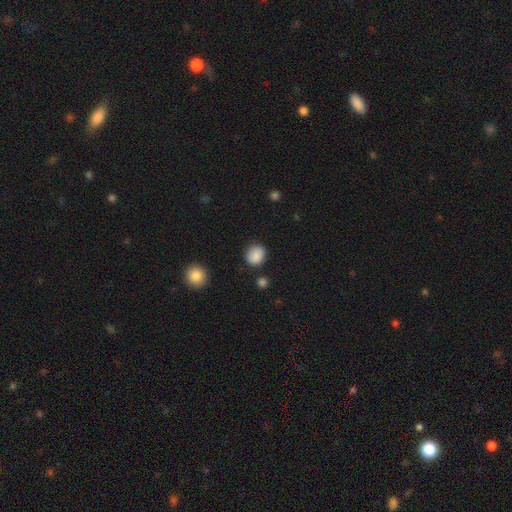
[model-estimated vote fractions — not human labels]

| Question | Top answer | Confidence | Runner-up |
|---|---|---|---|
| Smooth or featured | smooth | 87% | star or artifact (8%) |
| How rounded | round | 74% | in between (25%) |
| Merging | none | 84% | minor disturbance (11%) |